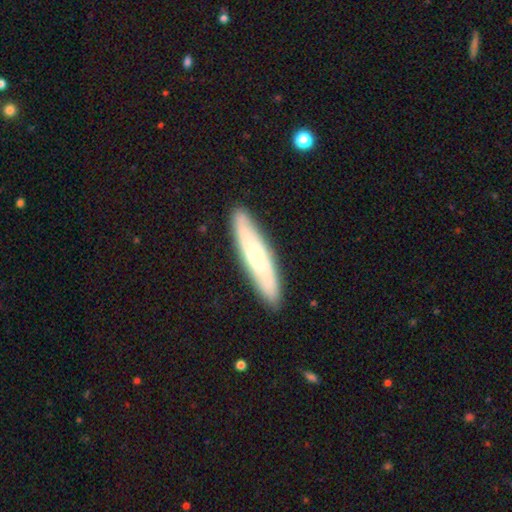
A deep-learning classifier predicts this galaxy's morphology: Smooth or featured? Predicted: featured or disk (p=0.50). Merging? Predicted: none (p=0.89).